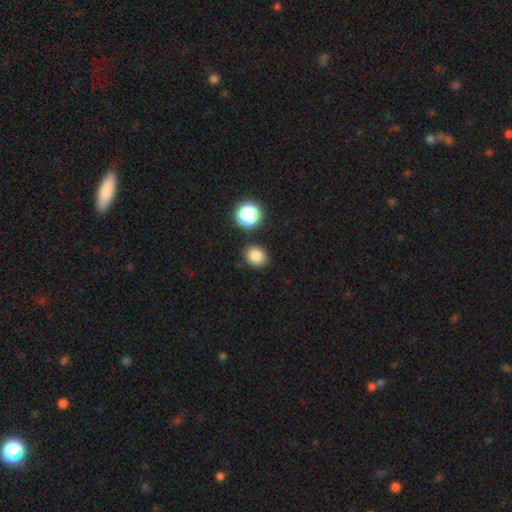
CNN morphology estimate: smooth 82%, star or artifact 13%, featured or disk 5%. Down the decision tree: how rounded — round (64%); merging — none (84%).